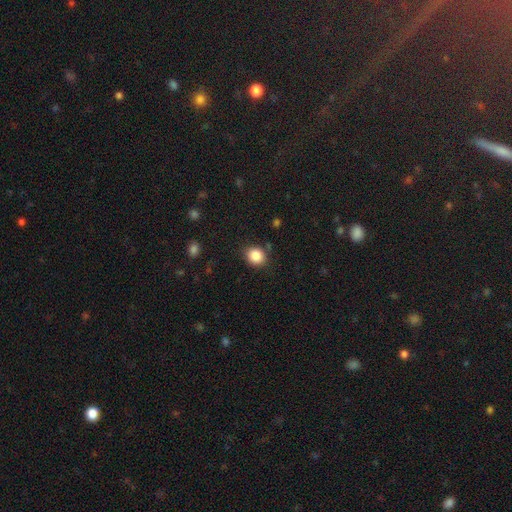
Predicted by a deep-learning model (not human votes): Smooth or featured? smooth (86%)
How rounded? round (70%)
Merging? none (85%)